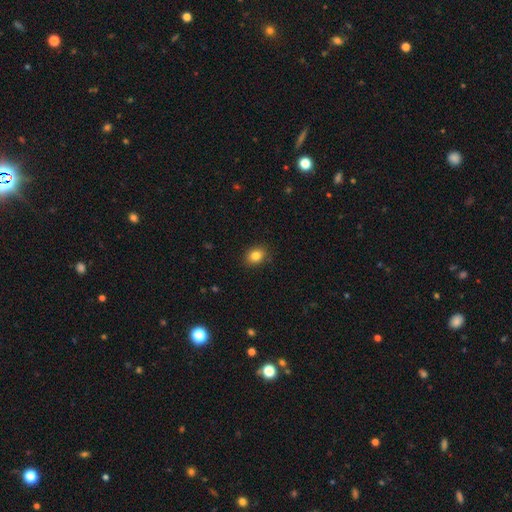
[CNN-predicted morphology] Smooth or featured? smooth (84%)
How rounded? round (52%)
Merging? none (87%)